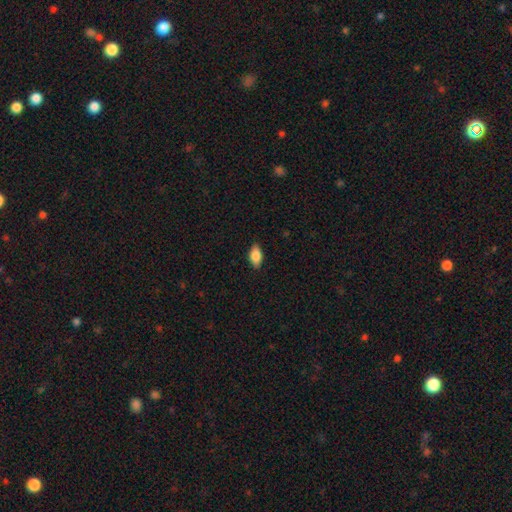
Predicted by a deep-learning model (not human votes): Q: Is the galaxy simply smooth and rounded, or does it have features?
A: smooth — 86%.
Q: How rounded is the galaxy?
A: in between — 91%.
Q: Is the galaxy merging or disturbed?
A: none — 86%.